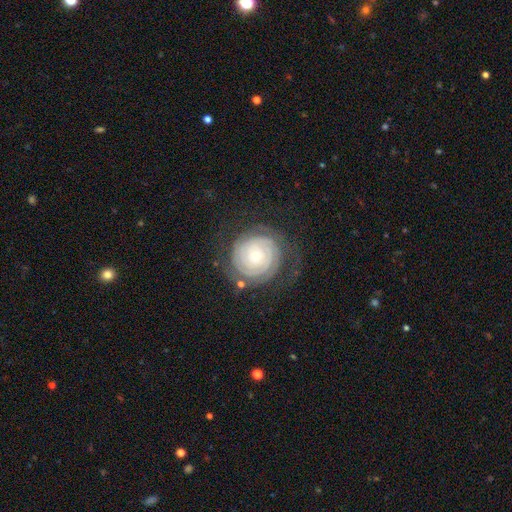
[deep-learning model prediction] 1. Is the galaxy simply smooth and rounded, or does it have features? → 85% featured or disk, 9% smooth, 6% star or artifact.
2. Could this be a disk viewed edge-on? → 98% no, 2% yes.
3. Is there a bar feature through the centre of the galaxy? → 78% no, 16% weak, 6% strong.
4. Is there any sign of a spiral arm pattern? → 97% yes, 3% no.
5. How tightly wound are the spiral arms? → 87% tight, 11% medium, 3% loose.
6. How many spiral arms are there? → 45% 2, 23% can't tell, 14% 3, 7% 4, 5% 1, 5% more than 4.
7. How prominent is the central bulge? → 68% small, 28% moderate, 2% large, 1% none, 1% dominant.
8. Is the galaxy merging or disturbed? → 75% none, 14% minor disturbance, 9% major disturbance, 2% merger.